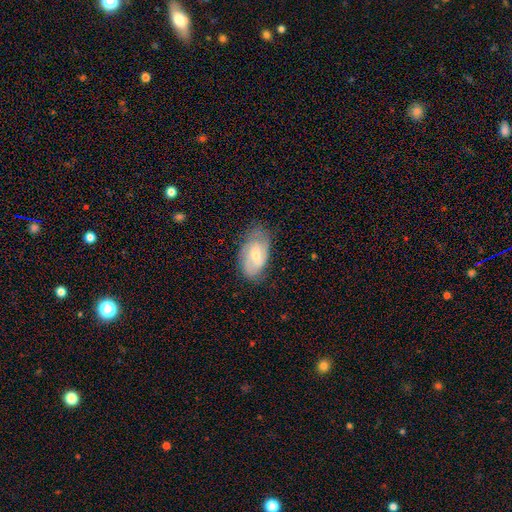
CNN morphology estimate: Smooth or featured? featured or disk (61%)
Edge-on disk? no (95%)
Bar? weak (51%)
Spiral arms? yes (86%)
Bulge size? moderate (49%)
Merging? none (68%)